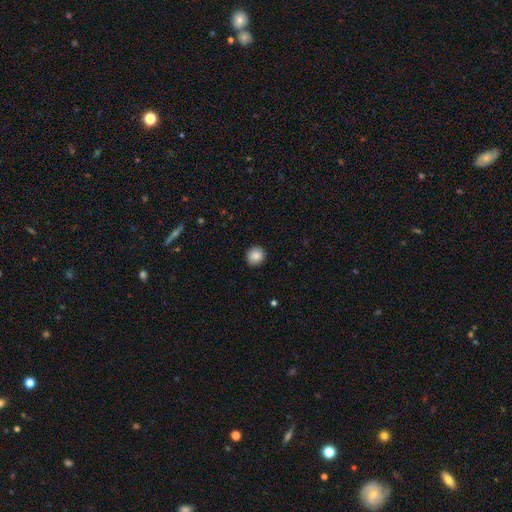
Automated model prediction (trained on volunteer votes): Smooth or featured?
  - smooth: 87% *
  - star or artifact: 8%
  - featured or disk: 4%
How rounded?
  - round: 87% *
  - in between: 12%
  - cigar-shaped: 1%
Merging?
  - none: 90% *
  - minor disturbance: 7%
  - major disturbance: 2%
  - merger: 1%